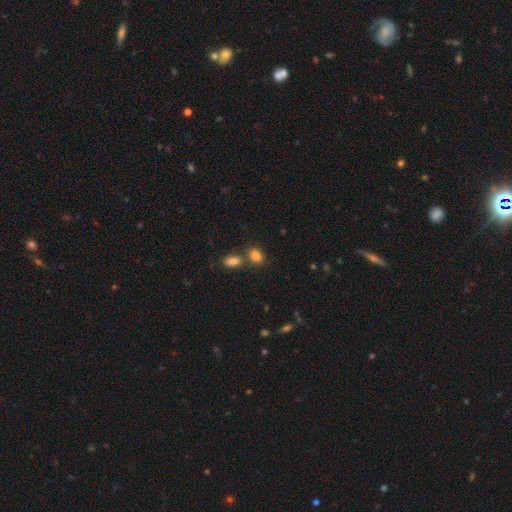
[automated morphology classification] smooth-or-featured: smooth: 84% | star or artifact: 10% | featured or disk: 6%
  how-rounded: in between: 73% | round: 25% | cigar-shaped: 2%
  merging: none: 56% | merger: 30% | minor disturbance: 10% | major disturbance: 3%